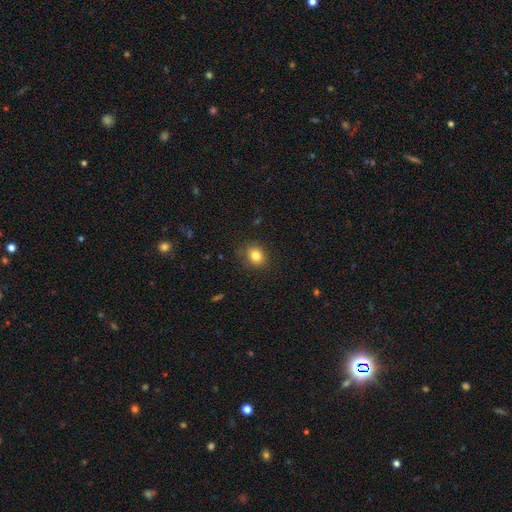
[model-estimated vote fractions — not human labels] Morphology: type=smooth (82%); roundness=round (64%); merging=none (82%).